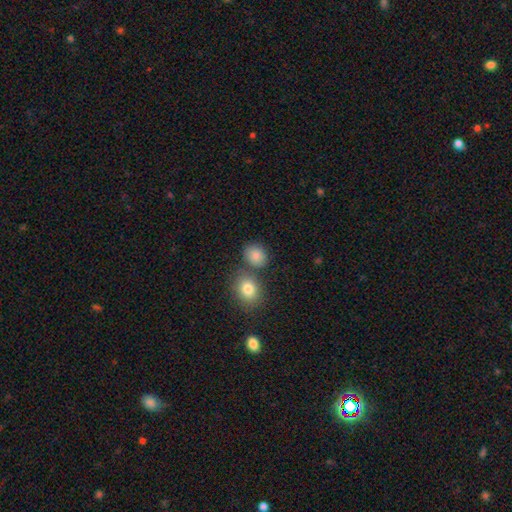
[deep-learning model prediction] Overall: smooth (84%). How rounded: round (62%; in between 37%). Merging: none (67%).